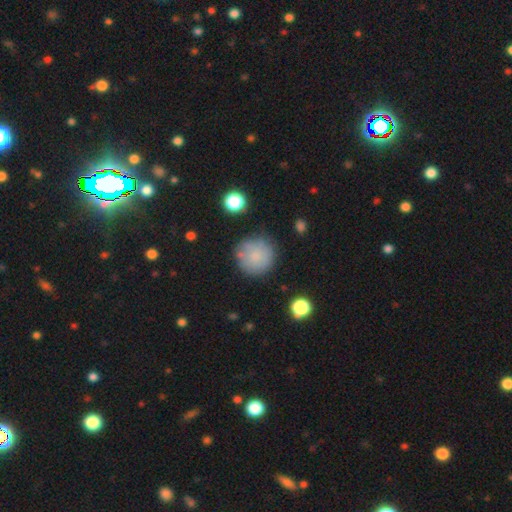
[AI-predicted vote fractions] Overall: smooth (77%). How rounded: round (94%). Merging: none (74%).